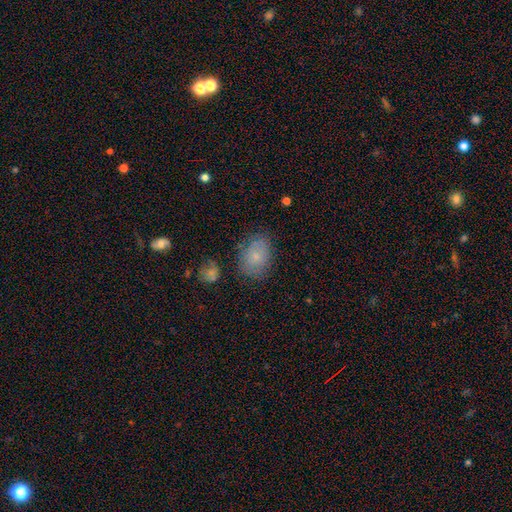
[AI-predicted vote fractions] Morphology: type=smooth (76%); roundness=in between (78%); merging=none (76%).